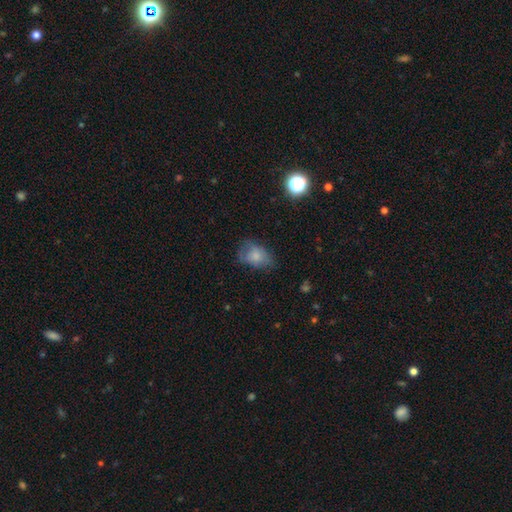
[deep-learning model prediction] A smooth galaxy with no disk features (72%) that is in between round and cigar-shaped (77%). Merging: none (52%).